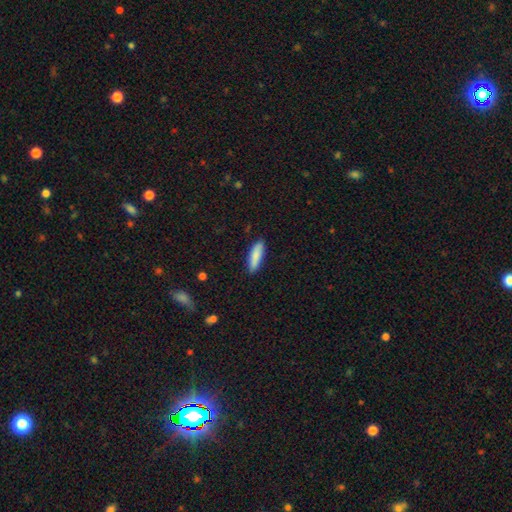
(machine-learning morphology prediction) Smooth or featured: smooth — 85% (featured or disk — 9%)
How rounded: cigar-shaped — 62% (in between — 36%)
Merging: none — 87% (minor disturbance — 10%)